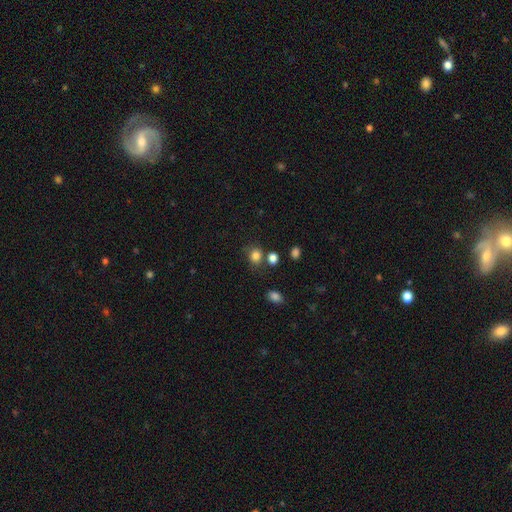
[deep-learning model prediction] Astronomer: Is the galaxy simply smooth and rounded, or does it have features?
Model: smooth — 82%.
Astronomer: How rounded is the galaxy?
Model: round — 63%.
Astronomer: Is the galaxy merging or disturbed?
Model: none — 67%.